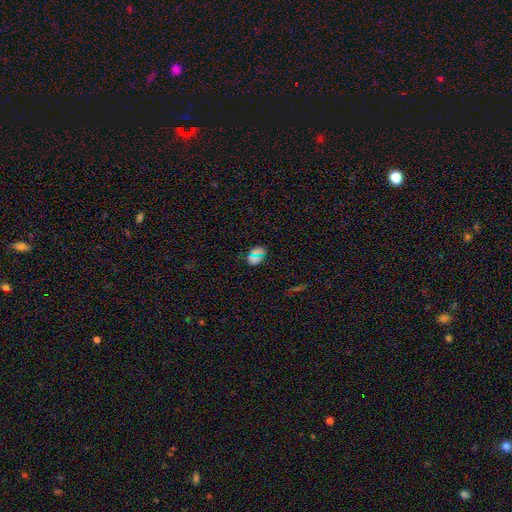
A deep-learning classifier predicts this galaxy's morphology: Smooth or featured?
  - smooth: 61% *
  - star or artifact: 31%
  - featured or disk: 7%
How rounded?
  - in between: 67% *
  - round: 28%
  - cigar-shaped: 5%
Merging?
  - none: 80% *
  - minor disturbance: 12%
  - major disturbance: 5%
  - merger: 4%